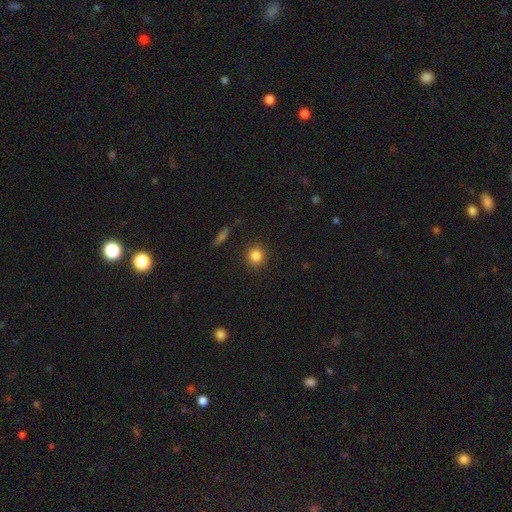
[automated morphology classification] Smooth or featured?
  - smooth: 84% *
  - star or artifact: 11%
  - featured or disk: 5%
How rounded?
  - round: 90% *
  - in between: 9%
  - cigar-shaped: 1%
Merging?
  - none: 90% *
  - minor disturbance: 6%
  - major disturbance: 2%
  - merger: 1%